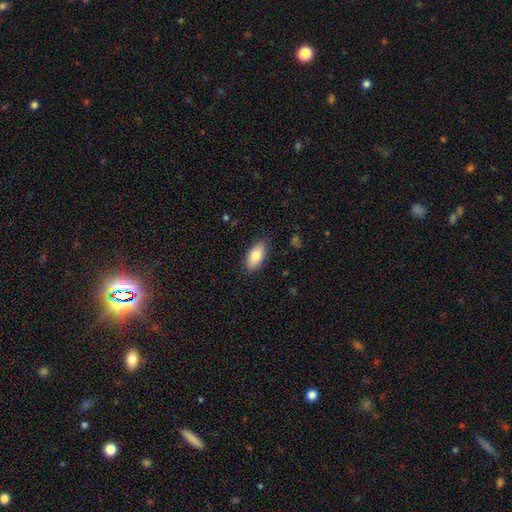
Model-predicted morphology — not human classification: Smooth or featured: smooth — 80% (featured or disk — 13%)
How rounded: in between — 91% (cigar-shaped — 6%)
Merging: none — 86% (minor disturbance — 11%)